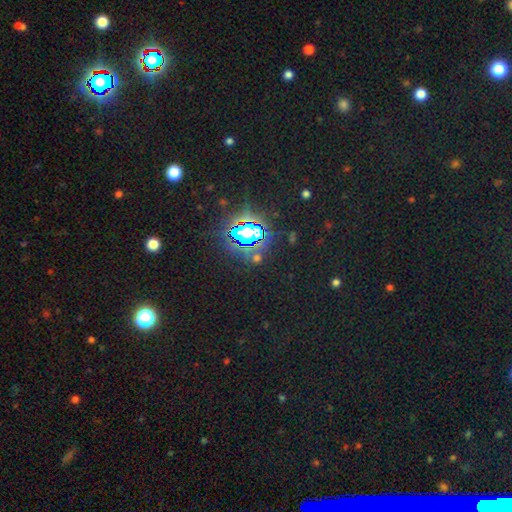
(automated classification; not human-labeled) Overall: star or artifact (73%).